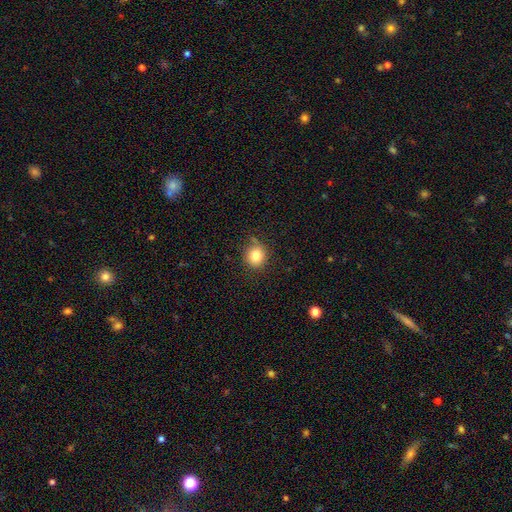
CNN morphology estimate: Overall: smooth (81%). How rounded: round (86%). Merging: none (74%).